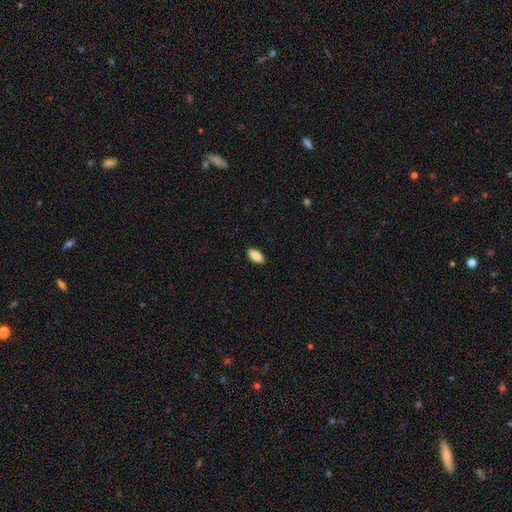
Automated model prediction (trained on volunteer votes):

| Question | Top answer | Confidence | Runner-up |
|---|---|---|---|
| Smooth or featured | smooth | 84% | featured or disk (9%) |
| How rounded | in between | 88% | cigar-shaped (10%) |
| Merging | none | 90% | minor disturbance (8%) |